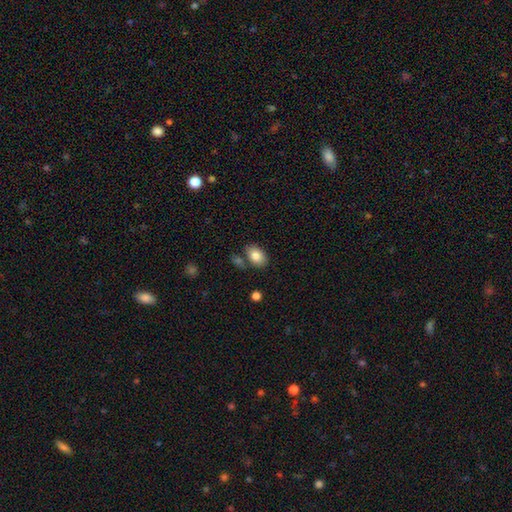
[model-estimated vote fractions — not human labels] This is clearly a smooth galaxy (83%). How rounded: clearly in between (85%). Merging: likely none (73%).